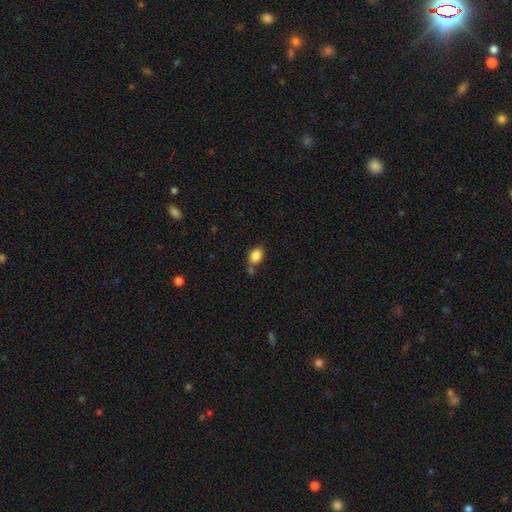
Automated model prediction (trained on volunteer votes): Smooth or featured: smooth — 86% (star or artifact — 9%)
How rounded: in between — 74% (round — 25%)
Merging: none — 64% (minor disturbance — 17%)